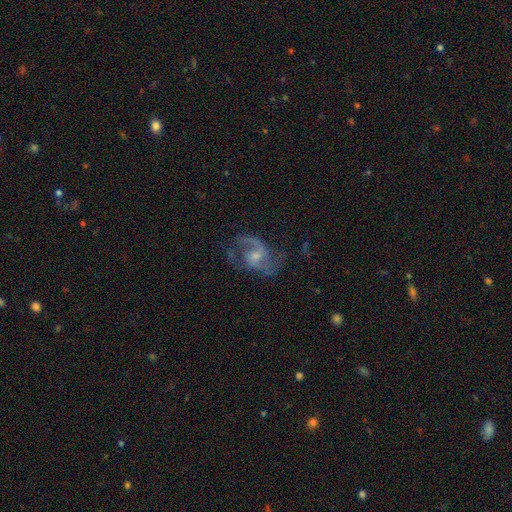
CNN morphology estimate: A featured or disk galaxy (85%) with no bar (49%), 2 (83%) medium (52%) spiral arms (94%) and a small central bulge (50%). Merging: none (63%).